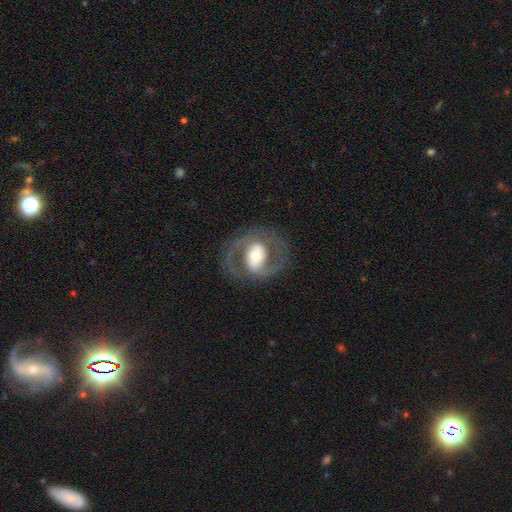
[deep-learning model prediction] Smooth or featured? Predicted: featured or disk (p=0.81). Edge-on disk? Predicted: no (p=0.97). Bar? Predicted: weak (p=0.34, tied with no). Spiral arms? Predicted: yes (p=0.83). Spiral winding? Predicted: medium (p=0.56). Spiral arm count? Predicted: 2 (p=0.89). Bulge size? Predicted: moderate (p=0.60). Merging? Predicted: none (p=0.78).